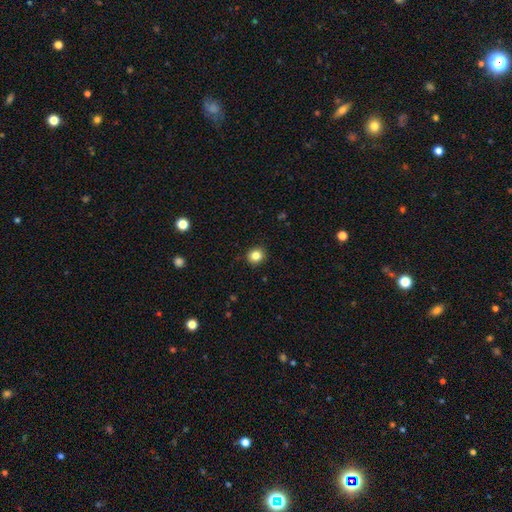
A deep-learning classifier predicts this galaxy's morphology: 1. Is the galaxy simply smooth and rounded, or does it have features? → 84% smooth, 11% star or artifact, 5% featured or disk.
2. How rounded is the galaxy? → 88% round, 11% in between, 1% cigar-shaped.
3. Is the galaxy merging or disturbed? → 91% none, 6% minor disturbance, 2% major disturbance, 1% merger.